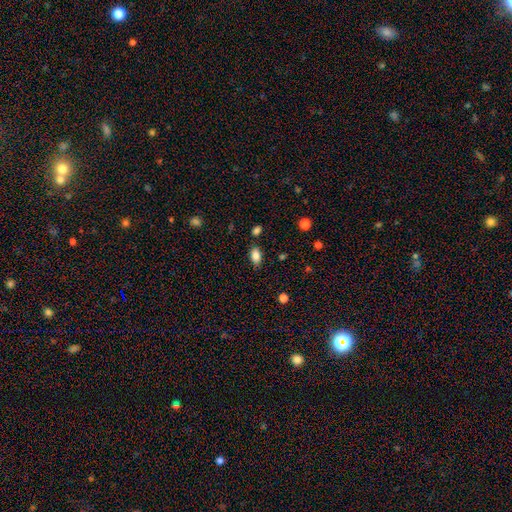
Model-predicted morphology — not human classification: Overall: smooth (85%). How rounded: in between (90%). Merging: none (83%).